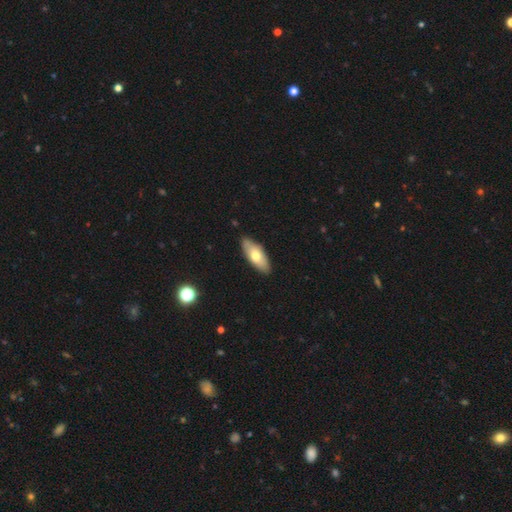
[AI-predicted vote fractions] Q: Smooth or featured?
A: smooth (64%); runner-up: featured or disk (30%)
Q: How rounded?
A: in between (80%); runner-up: cigar-shaped (18%)
Q: Merging?
A: none (85%); runner-up: minor disturbance (12%)